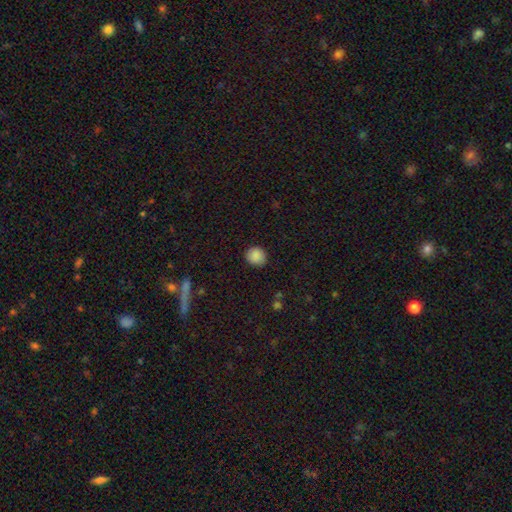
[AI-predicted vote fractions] Smooth or featured?
  - smooth: 88% *
  - star or artifact: 9%
  - featured or disk: 3%
How rounded?
  - round: 83% *
  - in between: 16%
  - cigar-shaped: 1%
Merging?
  - none: 89% *
  - minor disturbance: 8%
  - major disturbance: 2%
  - merger: 1%